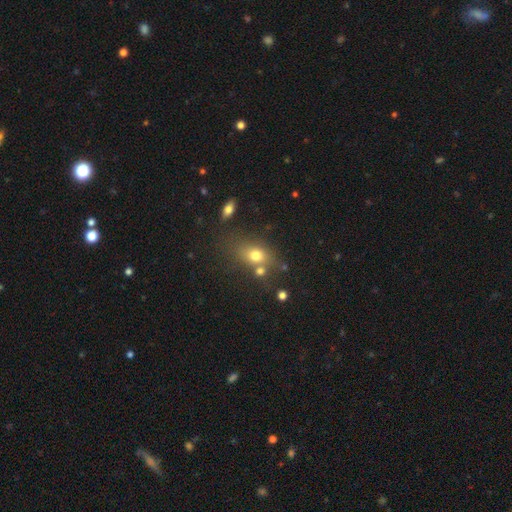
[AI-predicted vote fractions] The model was most divided on "how rounded": in between: 62%, round: 35%, cigar-shaped: 3%. More confident: smooth or featured — smooth (72%); merging — none (56%).